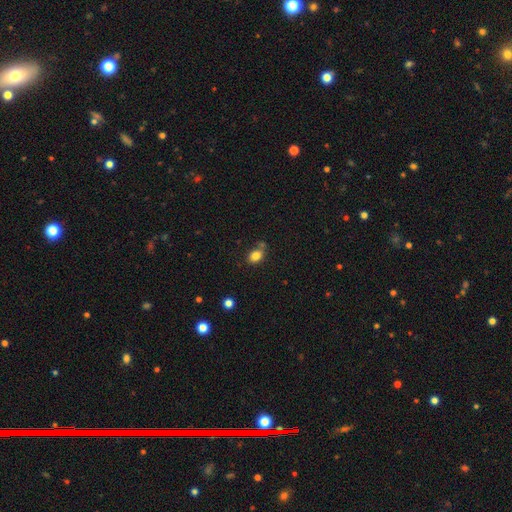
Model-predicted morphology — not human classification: smooth-or-featured: smooth: 82% | star or artifact: 11% | featured or disk: 7%
  how-rounded: in between: 68% | round: 30% | cigar-shaped: 1%
  merging: none: 59% | minor disturbance: 21% | merger: 13% | major disturbance: 7%